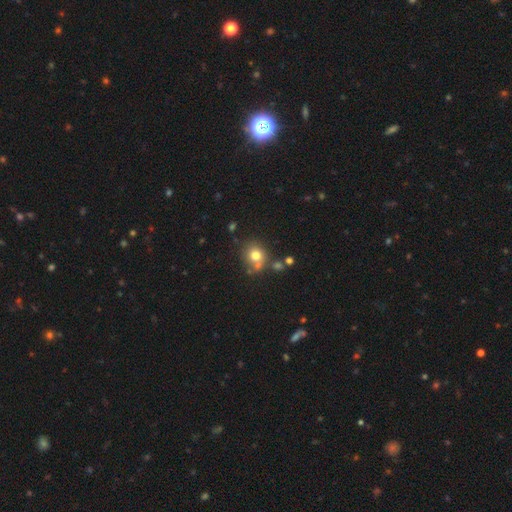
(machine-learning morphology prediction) Overall: smooth (75%). How rounded: round (81%). Merging: none (62%).